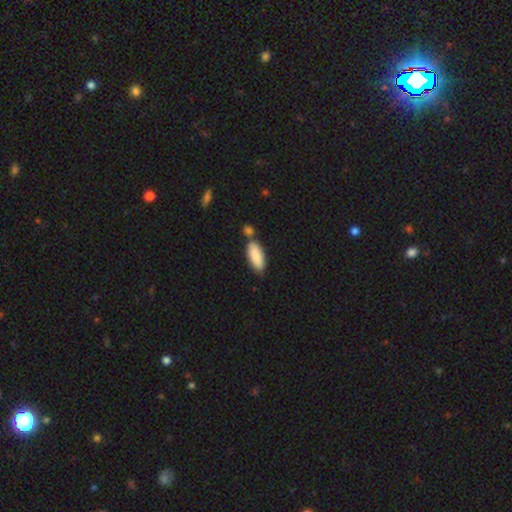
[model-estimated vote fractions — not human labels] smooth 87%, featured or disk 7%, star or artifact 6%. Down the decision tree: how rounded — in between (81%); merging — none (59%).